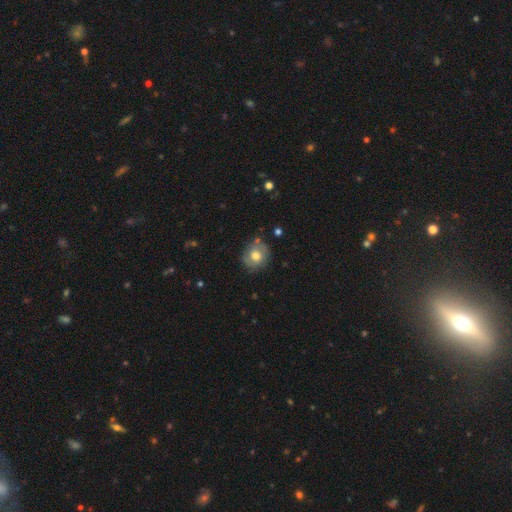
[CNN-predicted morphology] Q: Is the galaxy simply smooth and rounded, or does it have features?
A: smooth — 53%.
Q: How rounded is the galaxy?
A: round — 79%.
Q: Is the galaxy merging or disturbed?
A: none — 76%.